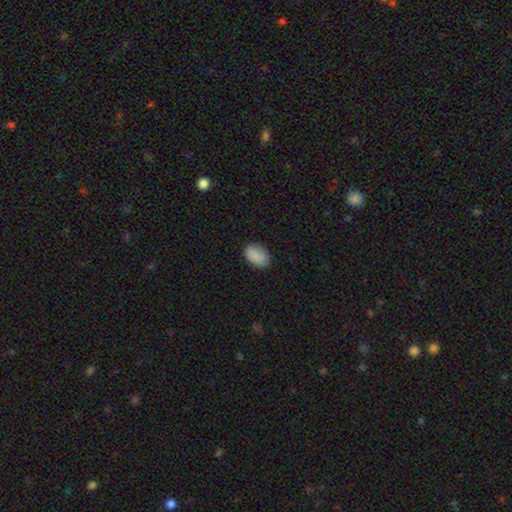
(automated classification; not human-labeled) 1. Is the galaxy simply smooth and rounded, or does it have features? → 89% smooth, 7% star or artifact, 3% featured or disk.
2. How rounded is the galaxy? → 88% in between, 11% round, 1% cigar-shaped.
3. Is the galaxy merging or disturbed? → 85% none, 12% minor disturbance, 2% major disturbance, 1% merger.